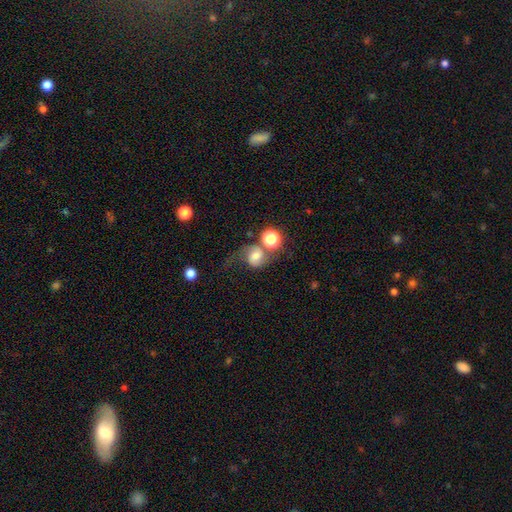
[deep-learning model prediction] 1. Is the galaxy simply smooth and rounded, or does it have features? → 44% smooth (tied), 44% featured or disk (tied), 12% star or artifact.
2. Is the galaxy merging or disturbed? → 33% none, 28% merger, 23% major disturbance, 16% minor disturbance.